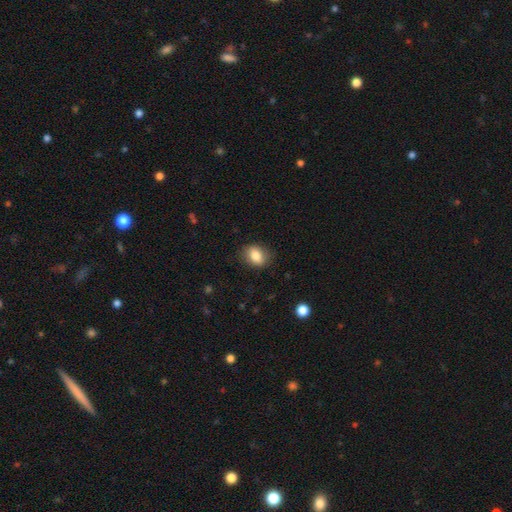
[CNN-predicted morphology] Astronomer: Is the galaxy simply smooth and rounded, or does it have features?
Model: smooth — 83%.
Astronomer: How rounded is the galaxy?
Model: in between — 67%.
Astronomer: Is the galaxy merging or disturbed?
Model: none — 82%.